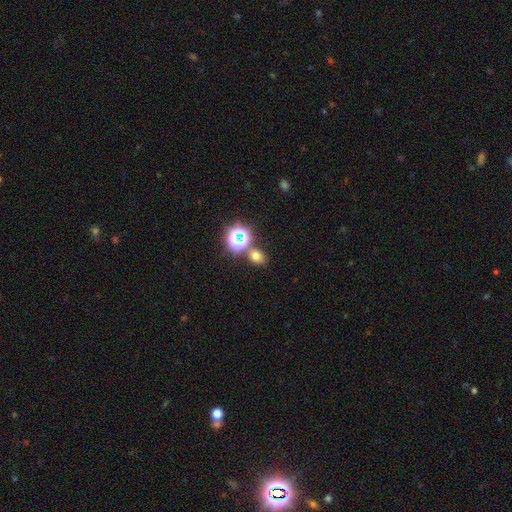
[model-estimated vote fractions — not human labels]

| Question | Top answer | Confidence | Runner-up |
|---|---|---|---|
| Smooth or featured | smooth | 66% | star or artifact (26%) |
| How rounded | round | 56% | in between (43%) |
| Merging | none | 74% | merger (13%) |